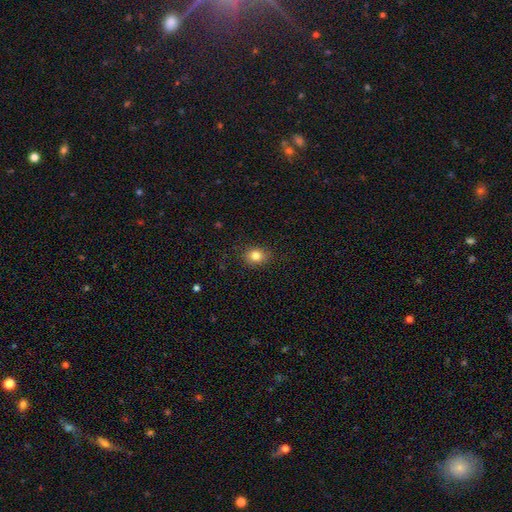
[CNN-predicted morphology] Smooth or featured: smooth — 83% (star or artifact — 11%)
How rounded: round — 55% (in between — 44%)
Merging: none — 86% (minor disturbance — 11%)